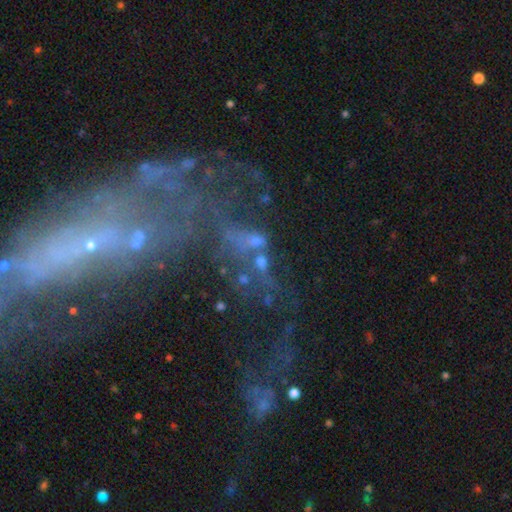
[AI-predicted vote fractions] Morphology: type=featured or disk (56%); edge-on=no (87%); merging=major disturbance (34%).